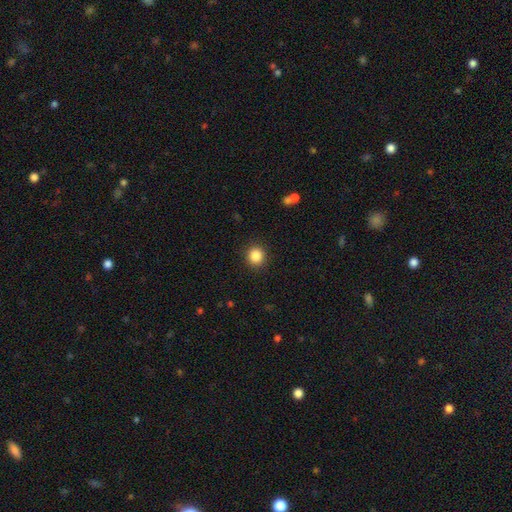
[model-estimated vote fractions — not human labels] smooth_or_featured: smooth (p=0.86) [alt: star or artifact p=0.10]
how_rounded: round (p=0.90) [alt: in between p=0.09]
merging: none (p=0.91) [alt: minor disturbance p=0.06]